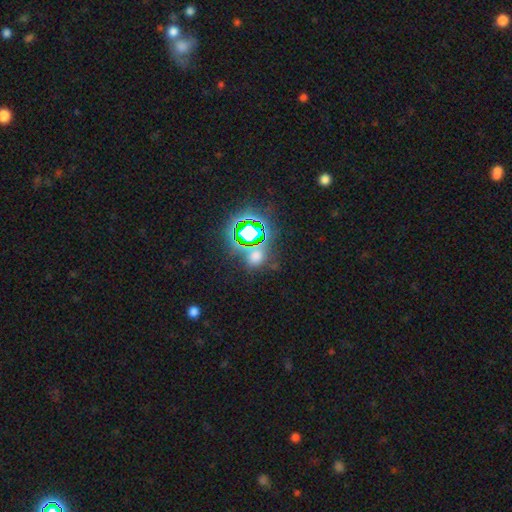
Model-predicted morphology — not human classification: A star or artifact, not a galaxy (53%).

Vote fractions:
- Smooth or featured? star or artifact: 53% / smooth: 40% / featured or disk: 8%